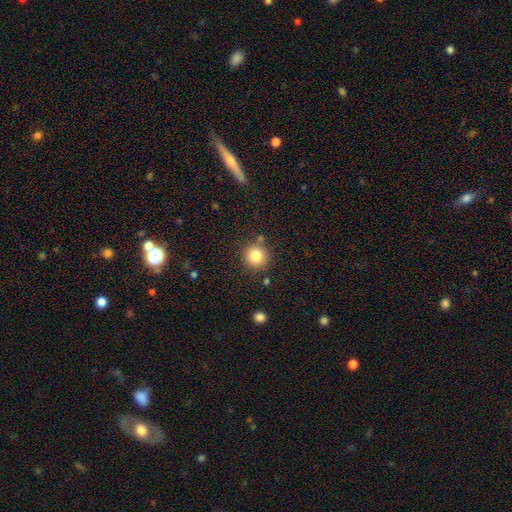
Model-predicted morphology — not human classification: Smooth or featured: smooth — 82% (star or artifact — 11%)
How rounded: round — 94% (in between — 5%)
Merging: none — 85% (minor disturbance — 8%)